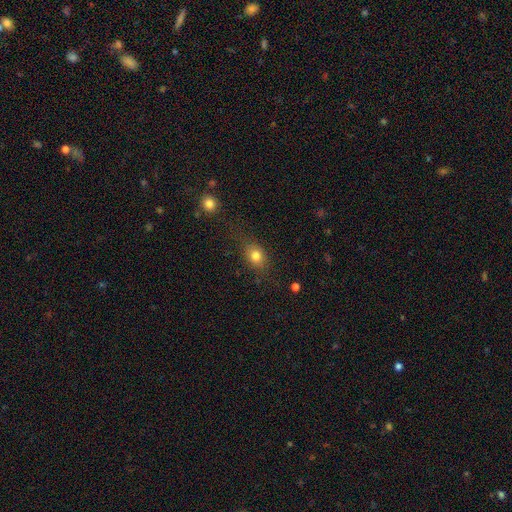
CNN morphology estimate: smooth 78%, star or artifact 12%, featured or disk 10%. Down the decision tree: how rounded — in between (56%); merging — none (70%).